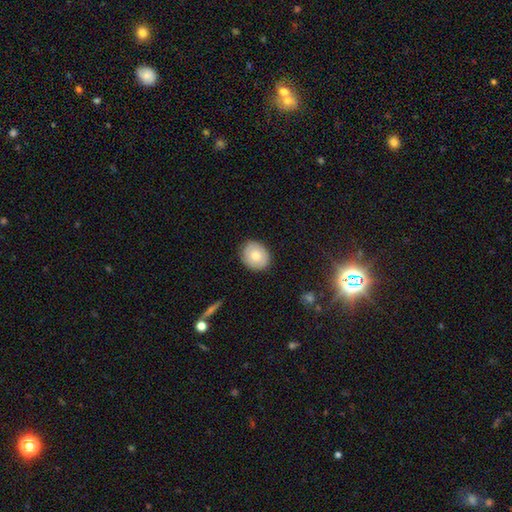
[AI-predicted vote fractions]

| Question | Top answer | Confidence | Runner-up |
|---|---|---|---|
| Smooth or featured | smooth | 76% | featured or disk (16%) |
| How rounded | round | 68% | in between (31%) |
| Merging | none | 88% | minor disturbance (9%) |